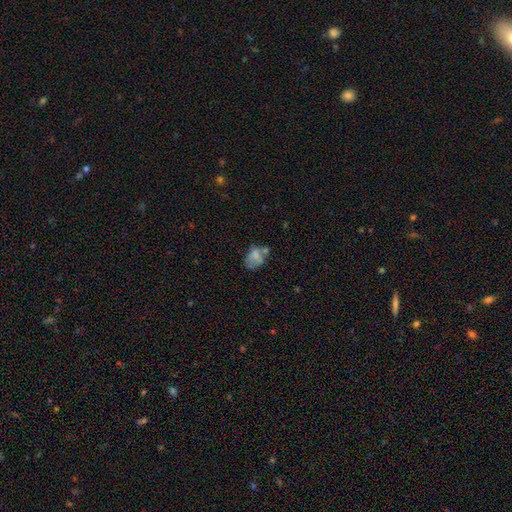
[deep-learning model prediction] The model was most divided on "merging": none: 33%, merger: 27%, minor disturbance: 23%, major disturbance: 17%. More confident: how rounded — in between (74%); smooth or featured — smooth (62%).